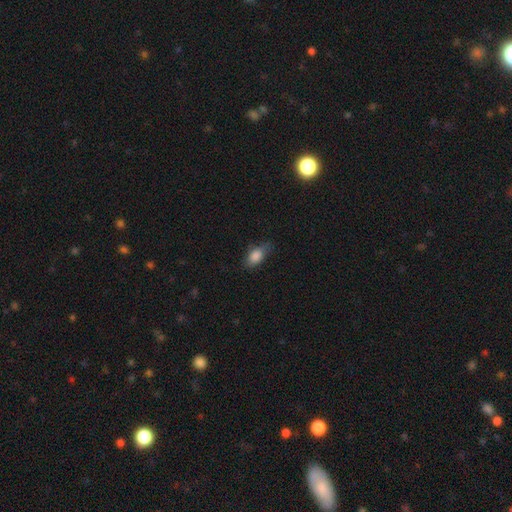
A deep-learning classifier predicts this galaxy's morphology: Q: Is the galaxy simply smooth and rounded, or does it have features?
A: smooth — 84%.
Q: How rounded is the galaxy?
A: in between — 86%.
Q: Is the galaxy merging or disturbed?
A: none — 62%.